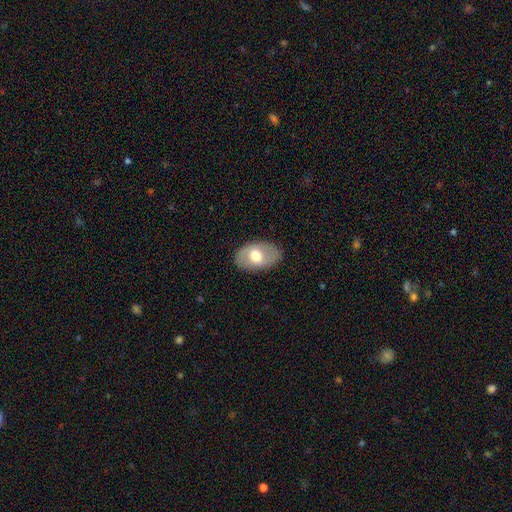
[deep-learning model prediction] A smooth galaxy with no disk features (58%) that is in between round and cigar-shaped (89%). Merging: none (83%).